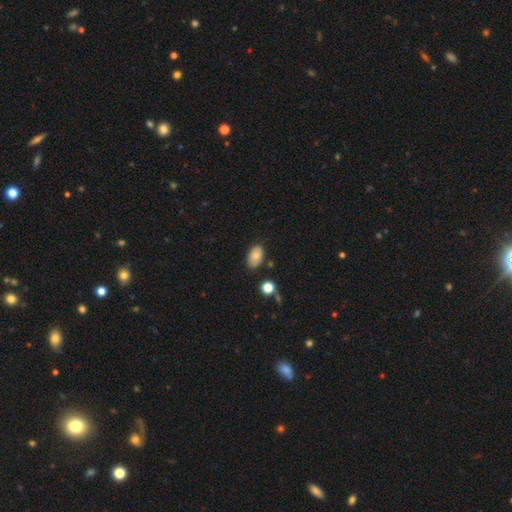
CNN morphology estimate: Overall: smooth (76%). How rounded: in between (90%). Merging: none (76%).